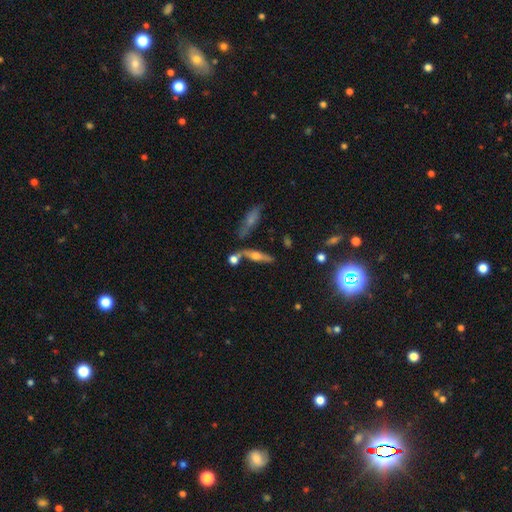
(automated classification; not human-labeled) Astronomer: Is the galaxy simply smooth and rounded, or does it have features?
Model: featured or disk — 58%.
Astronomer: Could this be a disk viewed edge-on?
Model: yes — 89%.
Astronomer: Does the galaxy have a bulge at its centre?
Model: rounded — 92%.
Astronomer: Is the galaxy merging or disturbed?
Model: none — 64%.